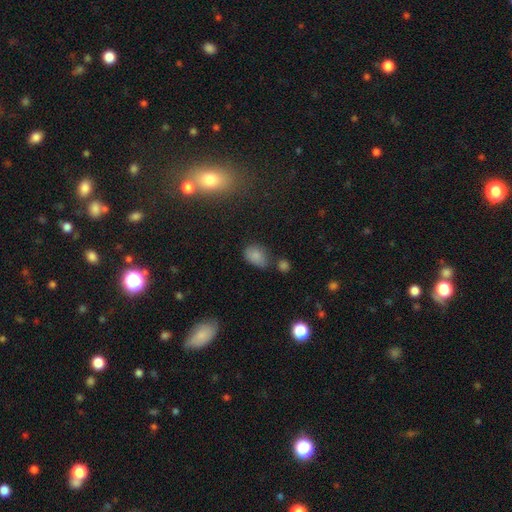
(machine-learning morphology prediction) Q: Smooth or featured?
A: smooth (81%); runner-up: star or artifact (13%)
Q: How rounded?
A: in between (83%); runner-up: round (15%)
Q: Merging?
A: none (55%); runner-up: minor disturbance (27%)